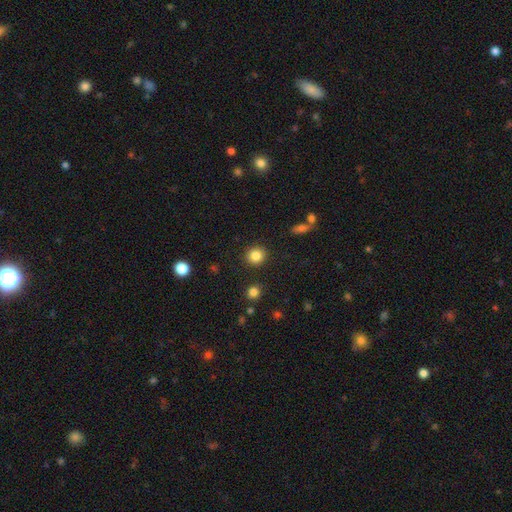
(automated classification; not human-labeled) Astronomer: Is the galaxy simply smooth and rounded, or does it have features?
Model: smooth — 85%.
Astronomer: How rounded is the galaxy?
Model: round — 88%.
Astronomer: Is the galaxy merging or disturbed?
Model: none — 90%.